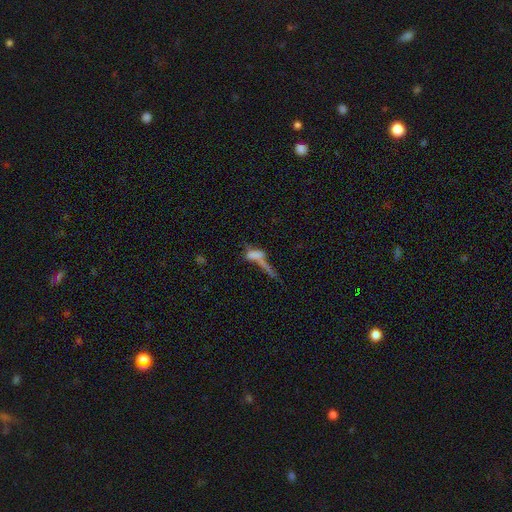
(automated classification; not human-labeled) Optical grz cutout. It shows a smooth galaxy with no disk features (52%) that is cigar-shaped (46%). Merging: merger (48%).